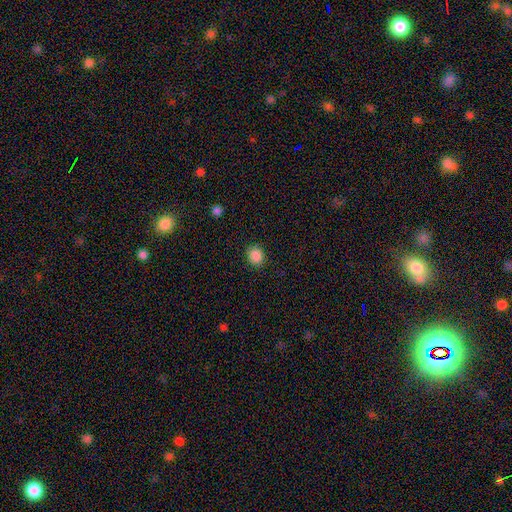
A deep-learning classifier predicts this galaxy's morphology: The model was most divided on "how rounded": round: 65%, in between: 34%, cigar-shaped: 1%. More confident: merging — none (88%); smooth or featured — smooth (87%).